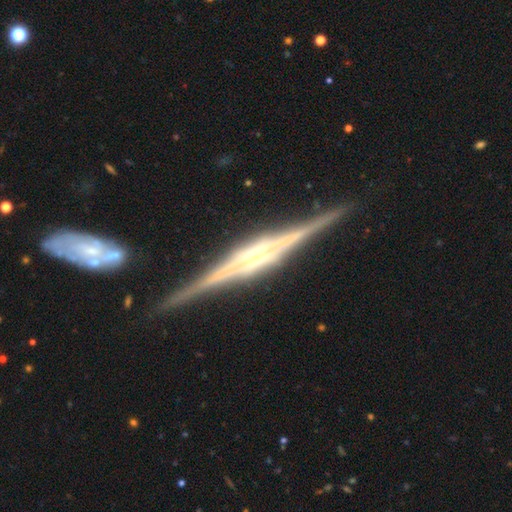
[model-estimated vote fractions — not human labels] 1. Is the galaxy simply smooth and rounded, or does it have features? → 91% featured or disk, 5% star or artifact, 4% smooth.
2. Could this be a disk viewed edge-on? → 98% yes, 2% no.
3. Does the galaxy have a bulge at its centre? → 52% boxy, 41% rounded, 7% none.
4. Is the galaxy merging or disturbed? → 89% none, 8% minor disturbance, 2% major disturbance, 2% merger.